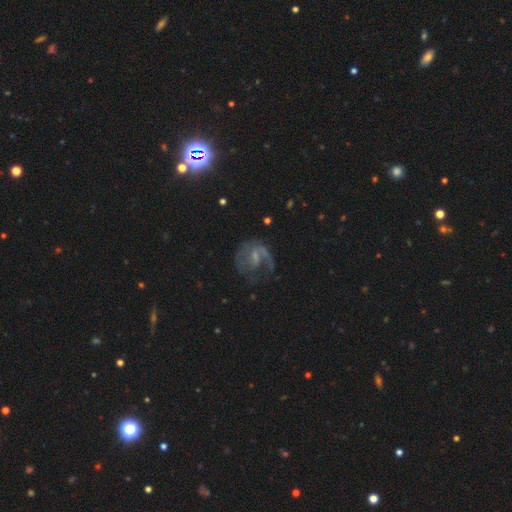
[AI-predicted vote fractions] This is likely a featured or disk galaxy (71%). It is clearly not viewed edge-on (97%). Bar: possibly weak (51%). Spiral arm pattern: clearly yes (81%). Spiral arm count: possibly 1 (53%). Spiral winding: marginally medium (41%). Central bulge: possibly small (47%). Merging: possibly none (45%).